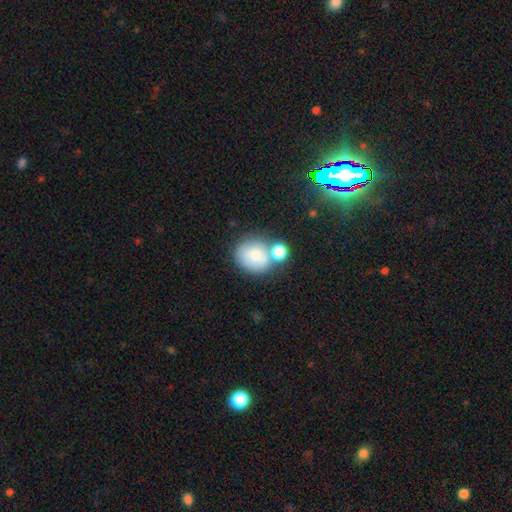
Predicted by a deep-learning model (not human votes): Smooth or featured? Predicted: smooth (p=0.75). How rounded? Predicted: round (p=0.76). Merging? Predicted: none (p=0.49).